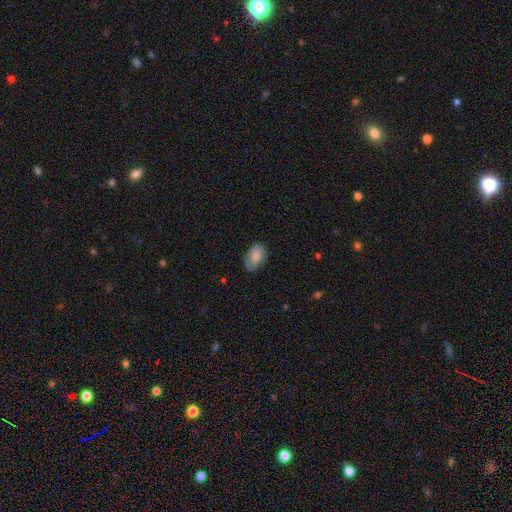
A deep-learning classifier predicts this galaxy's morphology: This is clearly a smooth galaxy (83%). How rounded: clearly in between (92%). Merging: likely none (72%).